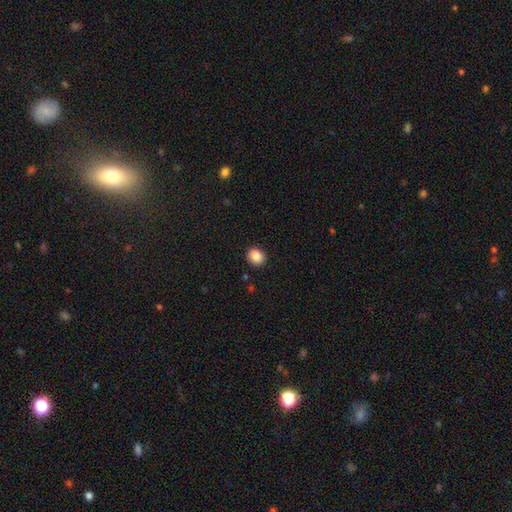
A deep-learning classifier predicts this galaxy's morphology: The model was most divided on "how rounded": round: 54%, in between: 45%, cigar-shaped: 1%. More confident: merging — none (90%); smooth or featured — smooth (87%).